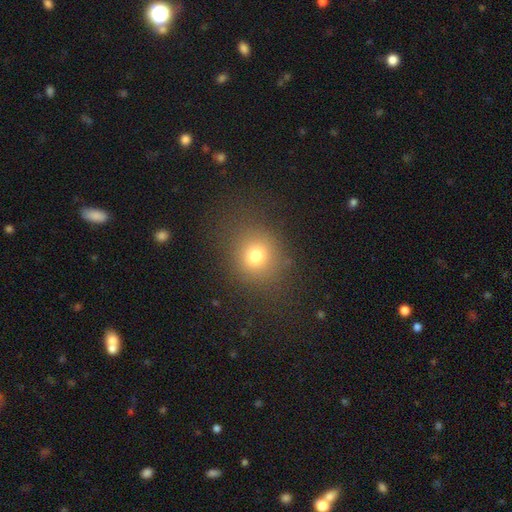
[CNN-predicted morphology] Smooth or featured: smooth — 74% (star or artifact — 16%)
How rounded: round — 81% (in between — 18%)
Merging: none — 82% (minor disturbance — 10%)